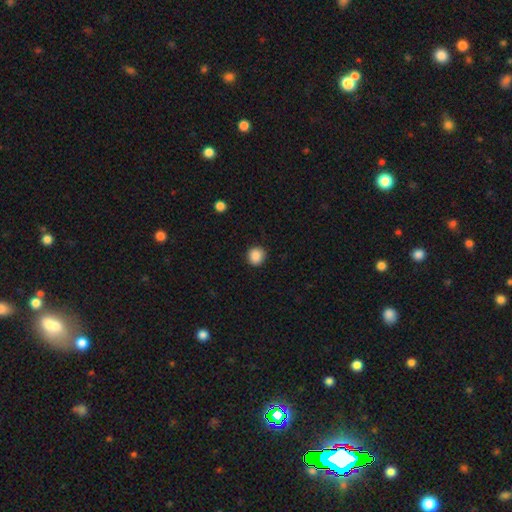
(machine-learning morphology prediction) This is clearly a smooth galaxy (88%). How rounded: clearly round (91%). Merging: clearly none (91%).